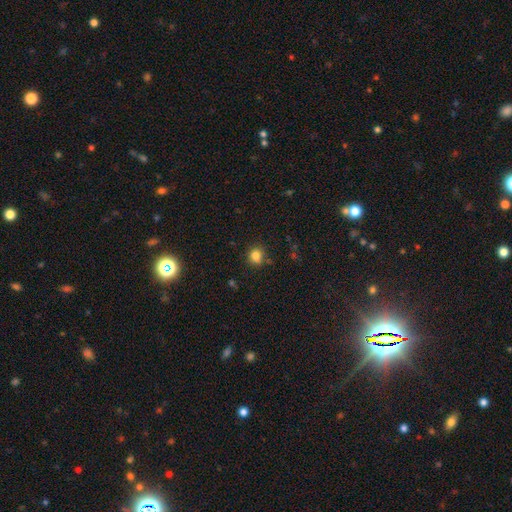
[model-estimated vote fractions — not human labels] smooth-or-featured: smooth: 82% | star or artifact: 13% | featured or disk: 6%
  how-rounded: round: 85% | in between: 14% | cigar-shaped: 1%
  merging: none: 84% | minor disturbance: 10% | merger: 3% | major disturbance: 3%